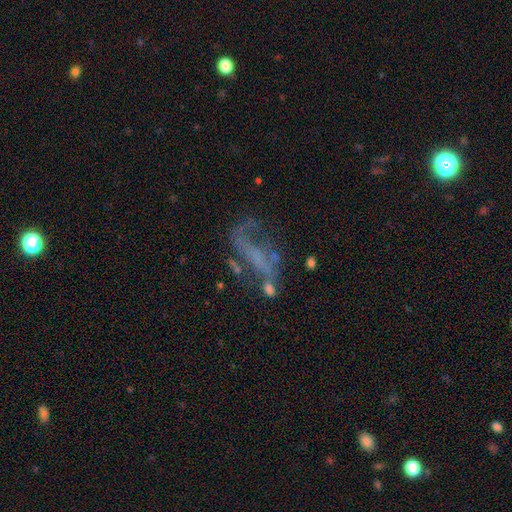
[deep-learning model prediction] featured or disk 59%, smooth 23%, star or artifact 19%. Down the decision tree: edge-on disk — no (90%); bar — no (60%); spiral arms — no (65%); bulge size — none (74%); merging — major disturbance (37%).